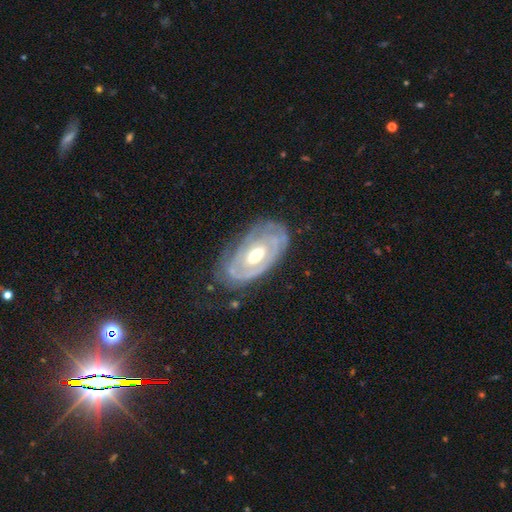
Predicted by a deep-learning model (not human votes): A featured or disk galaxy (81%) with no bar (55%), tight (73%) spiral arms (72%) and a moderate central bulge (72%).

Vote fractions:
- Smooth or featured? featured or disk: 81% / smooth: 14% / star or artifact: 5%
- Edge-on disk? no: 93% / yes: 7%
- Bar? no: 55% / weak: 33% / strong: 12%
- Spiral arms? yes: 72% / no: 28%
- Spiral winding? tight: 73% / medium: 19% / loose: 7%
- Spiral arm count? can't tell: 51% / 2: 25% / 1: 10% / 3: 7% / 4: 3% / more than 4: 3%
- Bulge size? moderate: 72% / large: 15% / small: 11% / dominant: 1% / none: 1%
- Merging? none: 70% / minor disturbance: 21% / major disturbance: 8% / merger: 2%